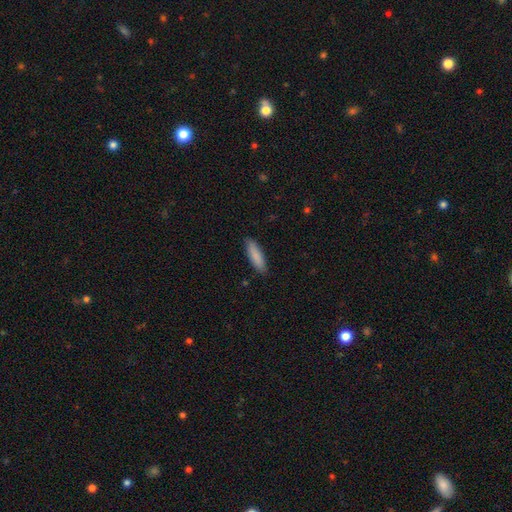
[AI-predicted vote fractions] Smooth or featured?
  - smooth: 87% *
  - featured or disk: 7%
  - star or artifact: 6%
How rounded?
  - cigar-shaped: 61% *
  - in between: 38%
  - round: 1%
Merging?
  - none: 87% *
  - minor disturbance: 10%
  - major disturbance: 2%
  - merger: 1%